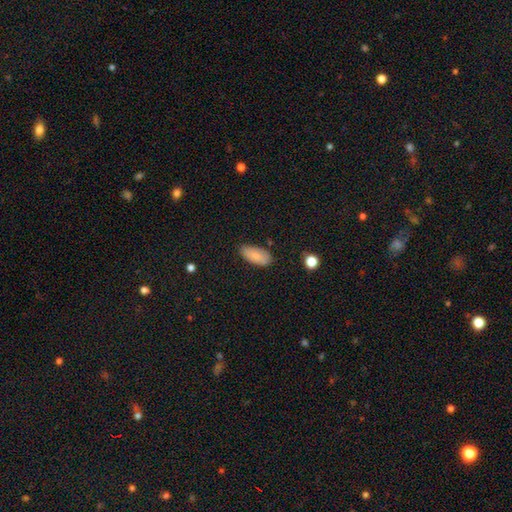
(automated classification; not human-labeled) Morphology: type=smooth (83%); roundness=in between (91%); merging=none (79%).